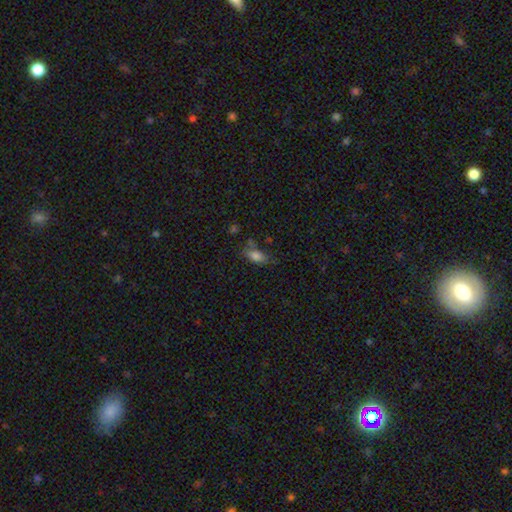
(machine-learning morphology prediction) smooth_or_featured: smooth (p=0.79) [alt: star or artifact p=0.11]
how_rounded: in between (p=0.85) [alt: cigar-shaped p=0.09]
merging: none (p=0.54) [alt: minor disturbance p=0.25]